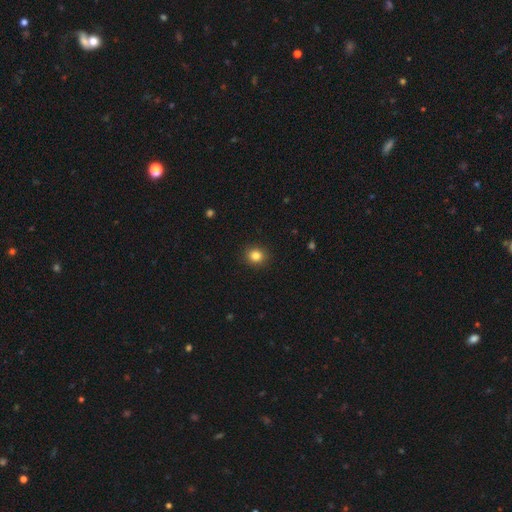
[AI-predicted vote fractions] Smooth or featured? Predicted: smooth (p=0.84). How rounded? Predicted: round (p=0.85). Merging? Predicted: none (p=0.91).